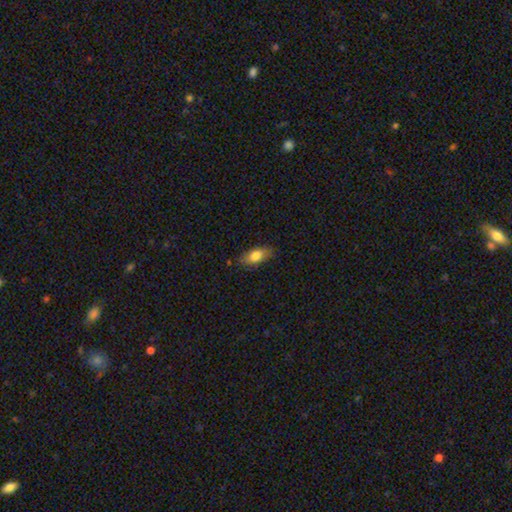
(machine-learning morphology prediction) The model was most divided on "smooth or featured": smooth: 77%, featured or disk: 16%, star or artifact: 7%. More confident: how rounded — in between (82%); merging — none (79%).